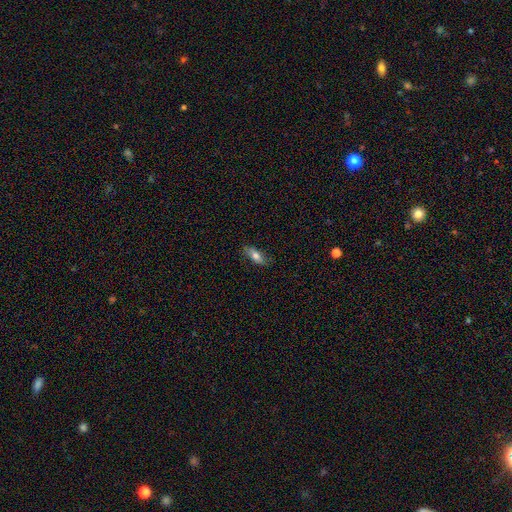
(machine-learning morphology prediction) smooth_or_featured: smooth (p=0.72) [alt: featured or disk p=0.20]
how_rounded: in between (p=0.74) [alt: cigar-shaped p=0.23]
merging: none (p=0.81) [alt: minor disturbance p=0.15]